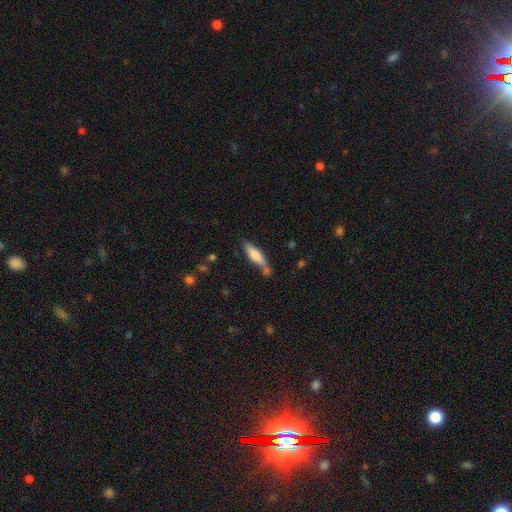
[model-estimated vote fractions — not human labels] Overall: smooth (67%; featured or disk 27%). How rounded: cigar-shaped (71%). Merging: none (62%).